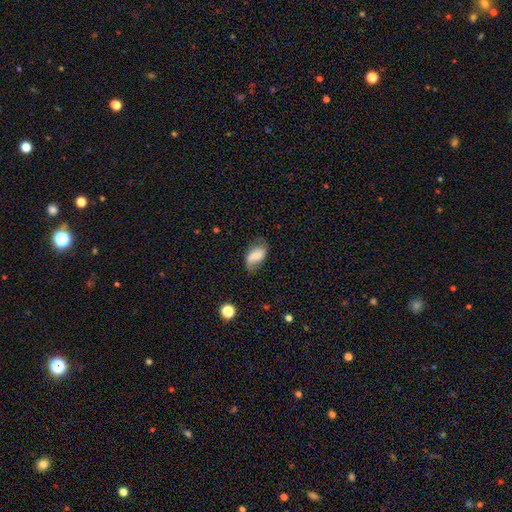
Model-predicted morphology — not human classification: A smooth galaxy with no disk features (64%) that is in between round and cigar-shaped (90%).

Vote fractions:
- Smooth or featured? smooth: 64% / featured or disk: 27% / star or artifact: 9%
- How rounded? in between: 90% / round: 6% / cigar-shaped: 4%
- Merging? none: 60% / minor disturbance: 28% / major disturbance: 10% / merger: 2%